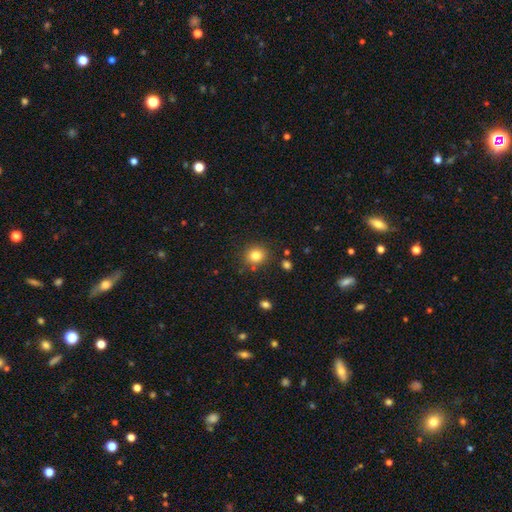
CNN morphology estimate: Smooth or featured? Predicted: smooth (p=0.82). How rounded? Predicted: round (p=0.79). Merging? Predicted: none (p=0.84).